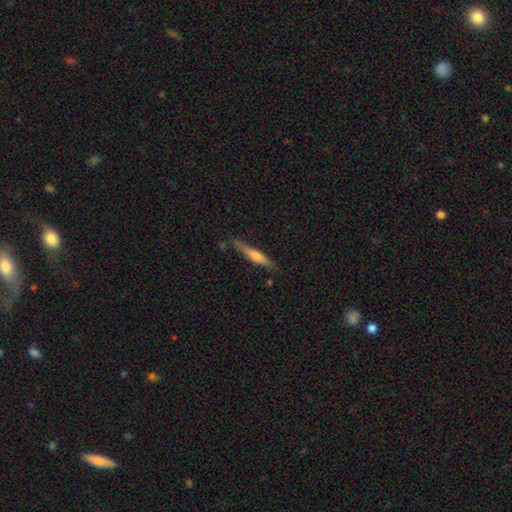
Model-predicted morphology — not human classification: This appears to be a featured or disk galaxy (50%) viewed edge-on (95%). Merging: none (78%).